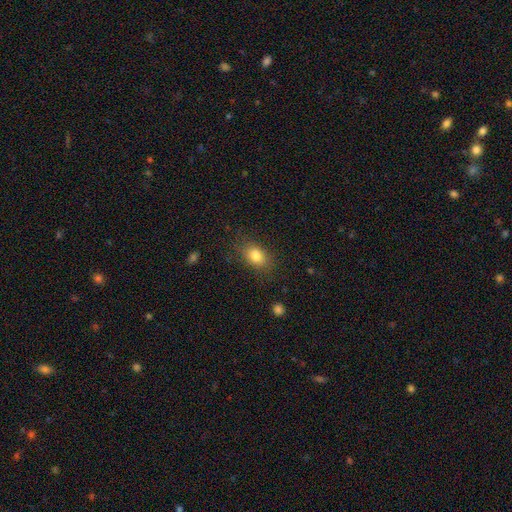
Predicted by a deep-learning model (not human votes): smooth-or-featured: smooth: 82% | star or artifact: 9% | featured or disk: 8%
  how-rounded: in between: 79% | round: 20% | cigar-shaped: 2%
  merging: none: 80% | minor disturbance: 14% | major disturbance: 5% | merger: 1%